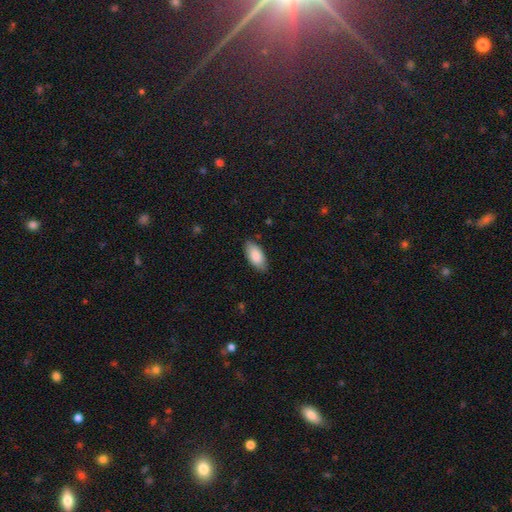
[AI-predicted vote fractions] A smooth galaxy with no disk features (87%) that is in between round and cigar-shaped (93%). Merging: none (84%).